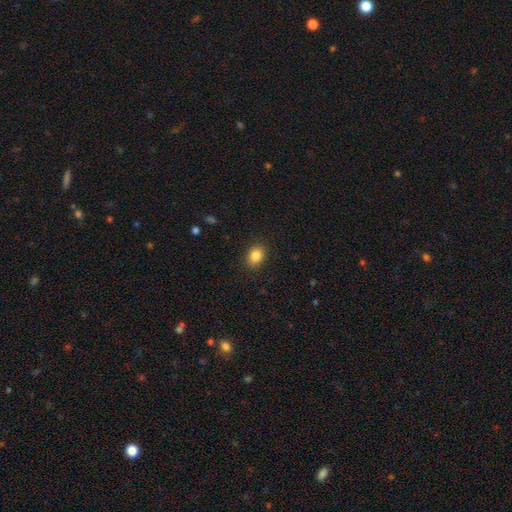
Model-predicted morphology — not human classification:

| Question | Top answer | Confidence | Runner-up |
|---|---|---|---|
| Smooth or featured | smooth | 86% | star or artifact (9%) |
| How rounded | in between | 62% | round (37%) |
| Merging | none | 89% | minor disturbance (8%) |